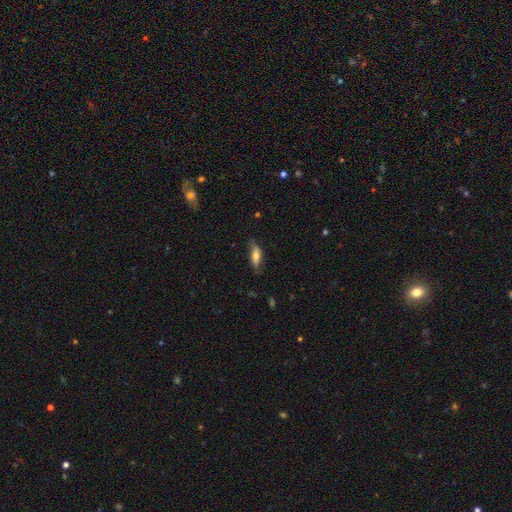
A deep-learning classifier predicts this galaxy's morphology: Smooth or featured?
  - smooth: 70% *
  - featured or disk: 23%
  - star or artifact: 7%
How rounded?
  - in between: 59% *
  - cigar-shaped: 39%
  - round: 2%
Merging?
  - none: 73% *
  - minor disturbance: 21%
  - major disturbance: 5%
  - merger: 1%